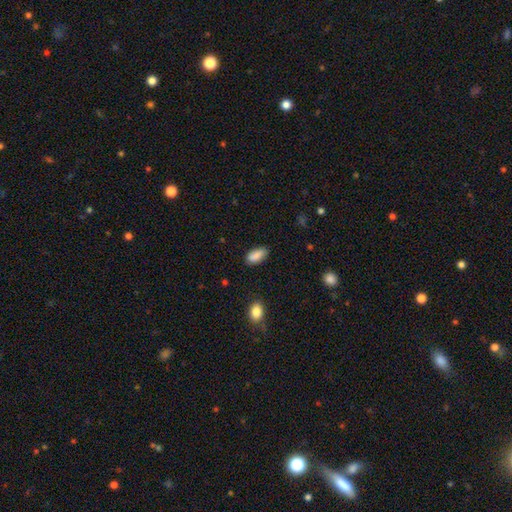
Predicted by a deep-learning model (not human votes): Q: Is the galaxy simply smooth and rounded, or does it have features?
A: smooth — 88%.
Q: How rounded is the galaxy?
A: in between — 90%.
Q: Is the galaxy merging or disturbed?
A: none — 81%.